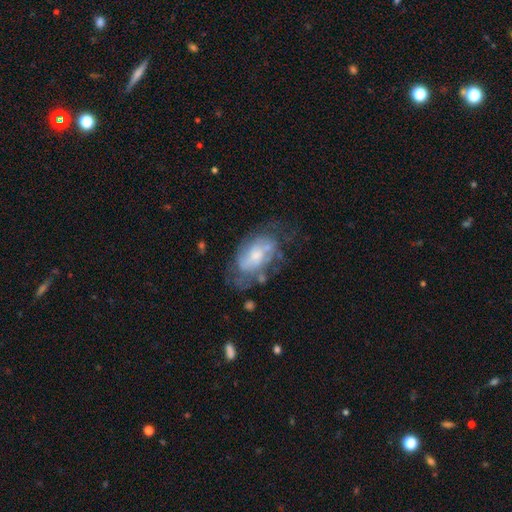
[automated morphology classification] Q: Smooth or featured?
A: featured or disk (63%); runner-up: smooth (29%)
Q: Edge-on disk?
A: no (95%); runner-up: yes (5%)
Q: Bar?
A: no (67%); runner-up: weak (27%)
Q: Spiral arms?
A: yes (64%); runner-up: no (36%)
Q: Bulge size?
A: small (42%); runner-up: moderate (38%)
Q: Merging?
A: none (47%); runner-up: minor disturbance (25%)